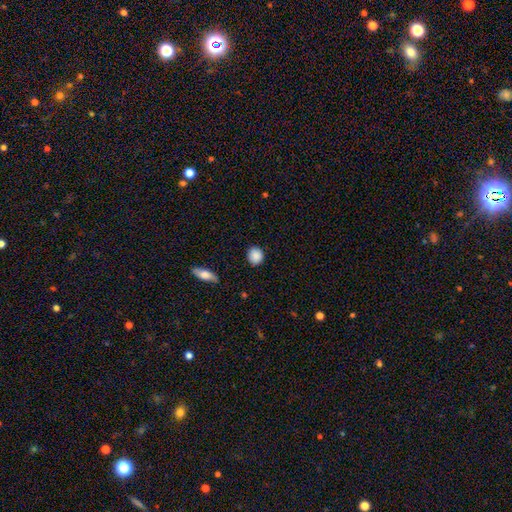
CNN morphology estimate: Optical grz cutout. It shows a smooth galaxy with no disk features (89%) that is round (77%). Merging: none (88%).